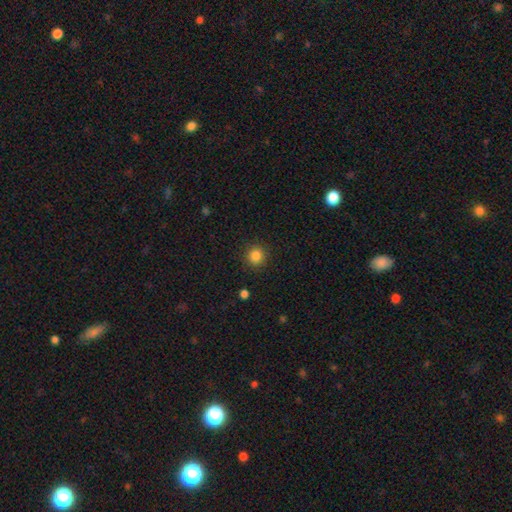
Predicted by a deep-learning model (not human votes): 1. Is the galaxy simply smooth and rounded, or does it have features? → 84% smooth, 12% star or artifact, 4% featured or disk.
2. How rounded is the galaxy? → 91% round, 8% in between, 1% cigar-shaped.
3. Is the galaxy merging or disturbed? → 90% none, 6% minor disturbance, 2% major disturbance, 1% merger.